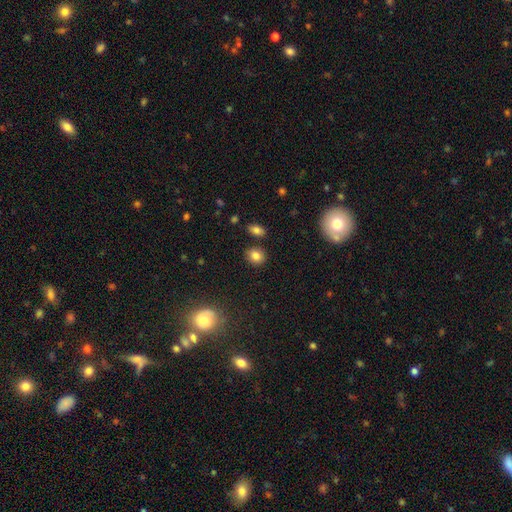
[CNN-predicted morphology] Smooth or featured? Predicted: smooth (p=0.83). How rounded? Predicted: round (p=0.59). Merging? Predicted: none (p=0.83).